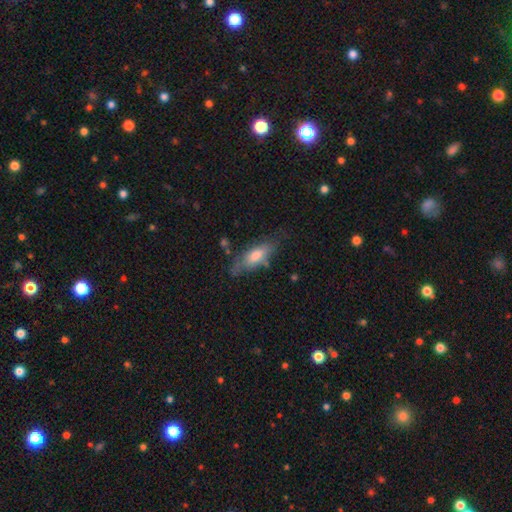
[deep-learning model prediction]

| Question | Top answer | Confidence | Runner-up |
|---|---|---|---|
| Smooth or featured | smooth | 66% | featured or disk (27%) |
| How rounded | in between | 66% | cigar-shaped (32%) |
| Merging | none | 64% | minor disturbance (24%) |